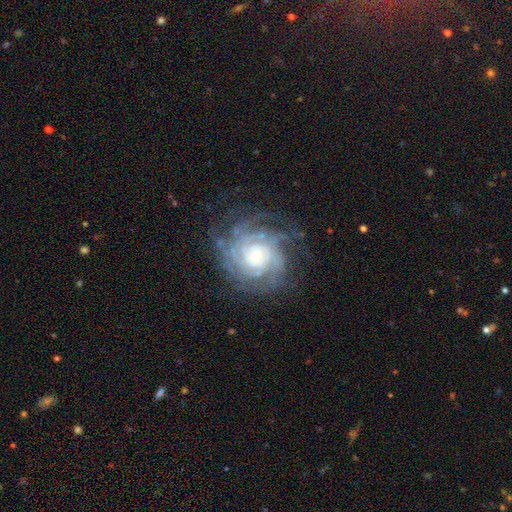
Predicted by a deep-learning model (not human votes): Smooth or featured? featured or disk (87%)
Edge-on disk? no (97%)
Bar? no (71%)
Spiral arms? yes (97%)
Spiral winding? tight (79%)
Spiral arm count? can't tell (30%)
Bulge size? small (66%)
Merging? none (74%)